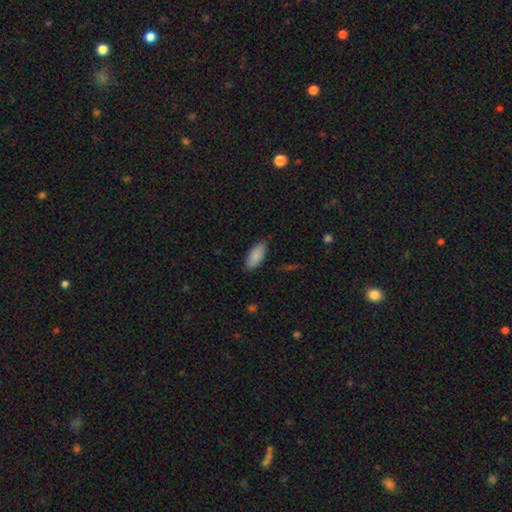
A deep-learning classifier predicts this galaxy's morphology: A smooth galaxy with no disk features (88%) that is in between round and cigar-shaped (87%). Merging: none (85%).